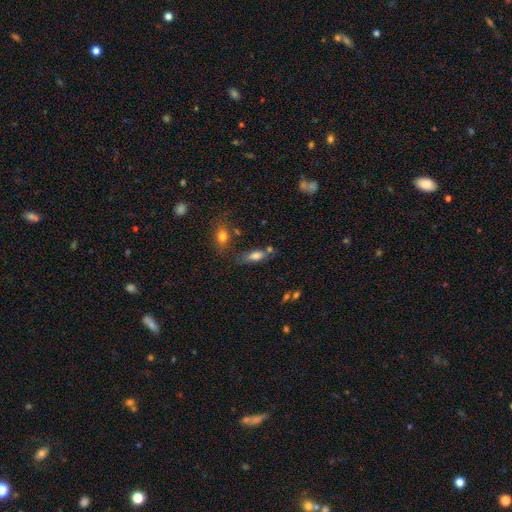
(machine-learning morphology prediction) Smooth or featured? Predicted: smooth (p=0.74). How rounded? Predicted: in between (p=0.70). Merging? Predicted: none (p=0.53).